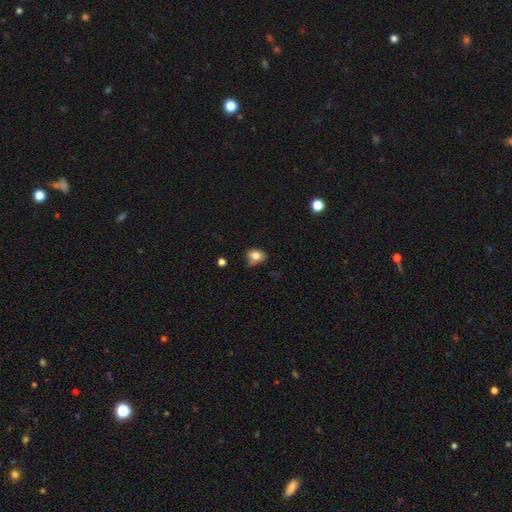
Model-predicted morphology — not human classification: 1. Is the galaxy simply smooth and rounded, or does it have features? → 79% smooth, 10% star or artifact, 10% featured or disk.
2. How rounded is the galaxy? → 57% in between, 42% round, 1% cigar-shaped.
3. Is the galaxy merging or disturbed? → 54% none, 34% minor disturbance, 8% major disturbance, 4% merger.